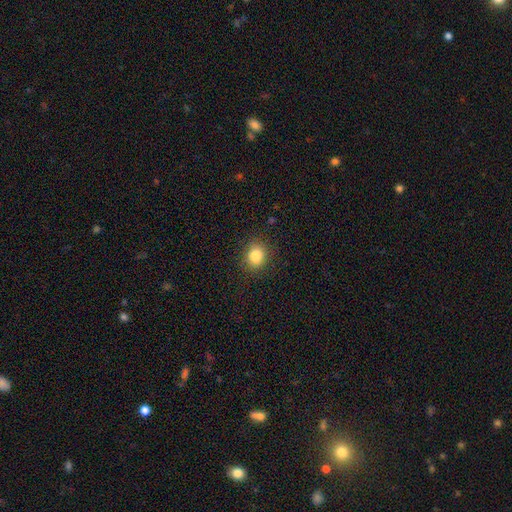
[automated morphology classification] This is clearly a smooth galaxy (83%). How rounded: likely round (66%). Merging: clearly none (88%).